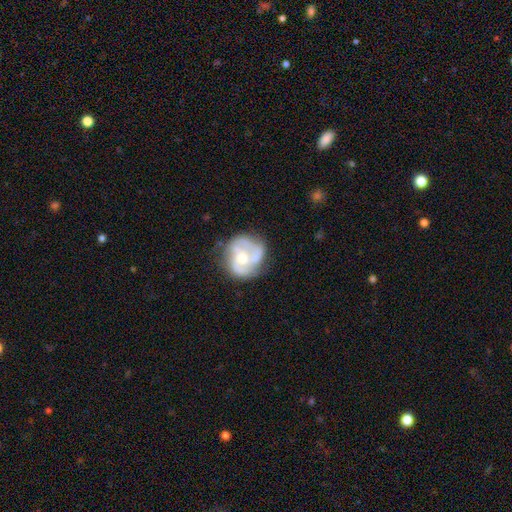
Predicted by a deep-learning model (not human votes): Smooth or featured?
  - featured or disk: 75% *
  - smooth: 19%
  - star or artifact: 6%
Edge-on disk?
  - no: 98% *
  - yes: 2%
Bar?
  - no: 66% *
  - weak: 28%
  - strong: 6%
Spiral arms?
  - yes: 83% *
  - no: 17%
Spiral winding?
  - medium: 46% *
  - tight: 35%
  - loose: 19%
Spiral arm count?
  - 2: 52% *
  - 3: 20%
  - can't tell: 17%
  - 1: 5%
  - 4: 3%
  - more than 4: 2%
Bulge size?
  - moderate: 63% *
  - small: 26%
  - large: 7%
  - none: 3%
  - dominant: 1%
Merging?
  - none: 55% *
  - minor disturbance: 24%
  - major disturbance: 13%
  - merger: 8%